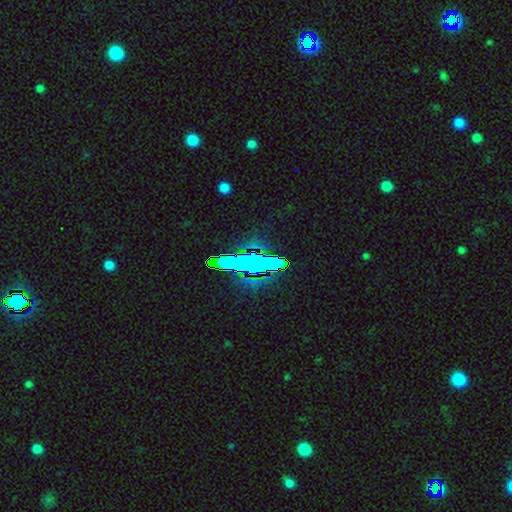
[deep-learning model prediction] smooth_or_featured: star or artifact (p=0.70) [alt: smooth p=0.15]